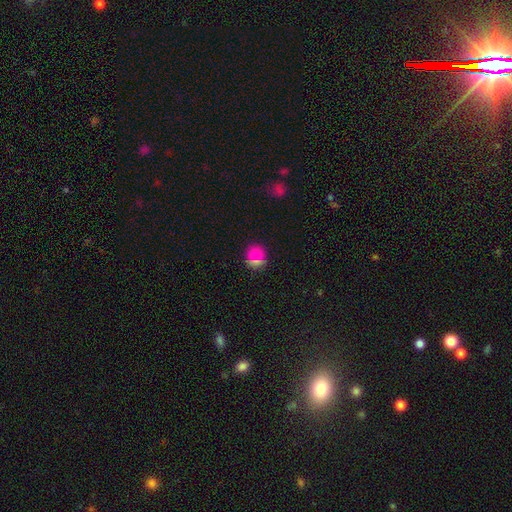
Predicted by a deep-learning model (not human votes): This is likely a smooth galaxy (76%). How rounded: clearly round (92%). Merging: clearly none (85%).